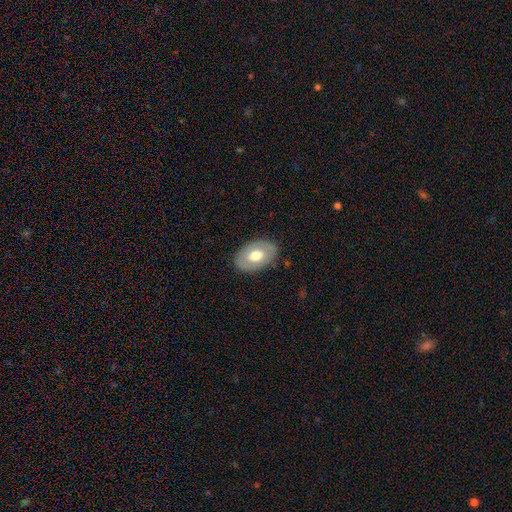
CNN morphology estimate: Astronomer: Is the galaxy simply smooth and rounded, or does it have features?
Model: smooth — 56% (runner-up: featured or disk, 38%).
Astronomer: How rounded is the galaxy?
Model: in between — 87%.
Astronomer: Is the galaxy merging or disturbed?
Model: none — 83%.